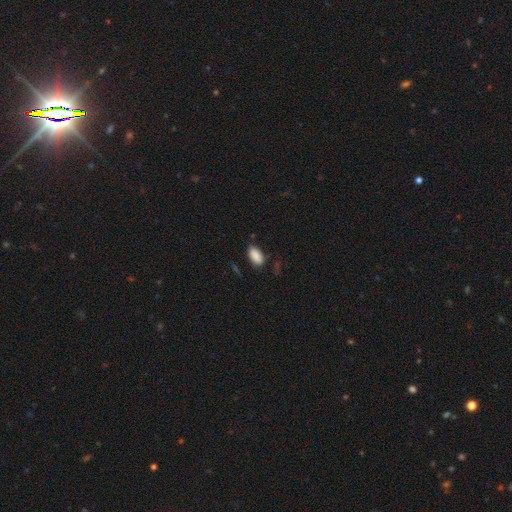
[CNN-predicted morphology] smooth_or_featured: smooth (p=0.88) [alt: star or artifact p=0.08]
how_rounded: in between (p=0.94) [alt: round p=0.03]
merging: none (p=0.75) [alt: minor disturbance p=0.19]